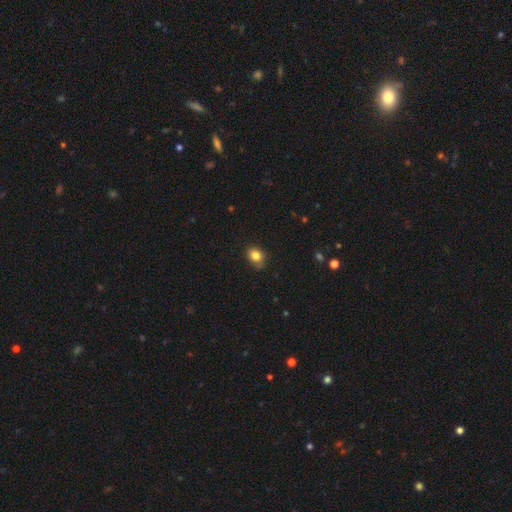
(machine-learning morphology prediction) smooth_or_featured: smooth (p=0.83) [alt: star or artifact p=0.10]
how_rounded: in between (p=0.51) [alt: round p=0.48]
merging: none (p=0.77) [alt: minor disturbance p=0.18]